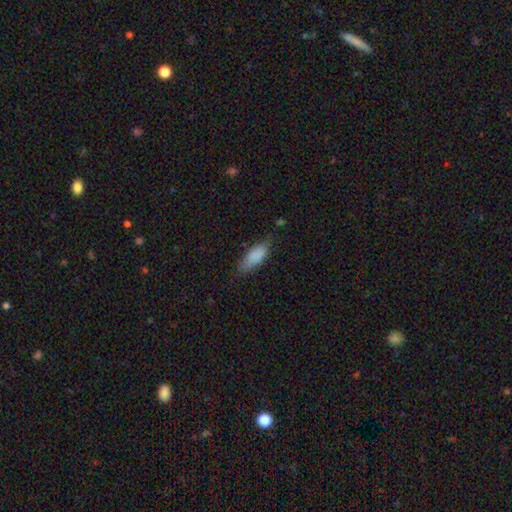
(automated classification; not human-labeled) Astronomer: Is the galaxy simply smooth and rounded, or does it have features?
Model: smooth — 85%.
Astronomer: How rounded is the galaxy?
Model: in between — 76%.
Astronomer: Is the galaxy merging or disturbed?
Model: none — 67%.